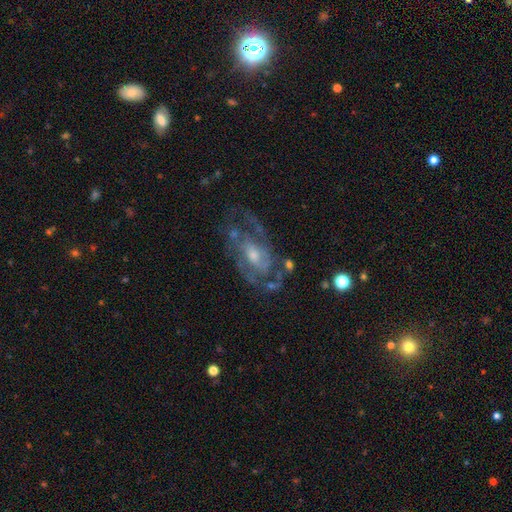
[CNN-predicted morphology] smooth-or-featured: featured or disk: 83% | star or artifact: 10% | smooth: 7%
  disk-edge-on: no: 95% | yes: 5%
    bar: no: 48% | weak: 40% | strong: 13%
    has-spiral-arms: yes: 94% | no: 6%
      spiral-winding: tight: 45% | medium: 44% | loose: 11%
      spiral-arm-count: 2: 47% | can't tell: 23% | 3: 15% | 4: 6% | 1: 5% | more than 4: 4%
    bulge-size: small: 48% | moderate: 44% | large: 4% | none: 3% | dominant: 1%
  merging: none: 71% | minor disturbance: 16% | major disturbance: 10% | merger: 2%